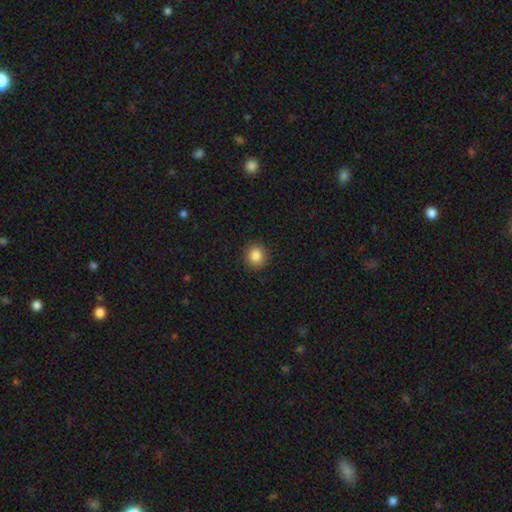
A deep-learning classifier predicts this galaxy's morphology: smooth_or_featured: smooth (p=0.85) [alt: star or artifact p=0.10]
how_rounded: round (p=0.88) [alt: in between p=0.11]
merging: none (p=0.92) [alt: minor disturbance p=0.06]